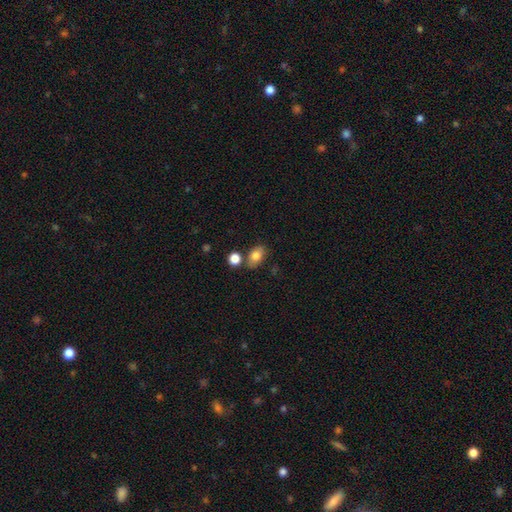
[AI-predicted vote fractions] This appears to be a smooth galaxy with no disk features (80%) that is in between round and cigar-shaped (79%). Merging: none (72%).